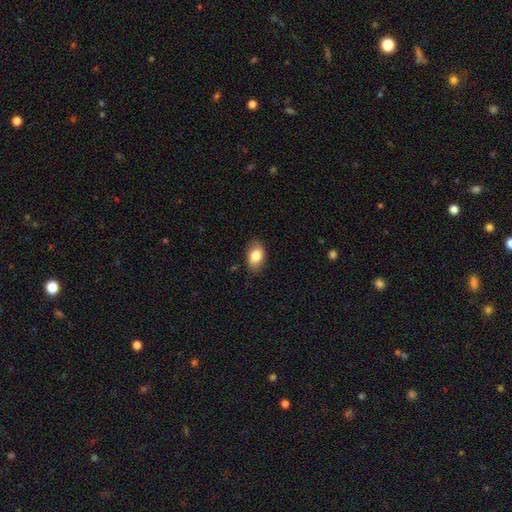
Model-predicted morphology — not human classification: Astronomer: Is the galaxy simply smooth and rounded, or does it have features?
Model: smooth — 81%.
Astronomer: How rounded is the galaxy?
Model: in between — 88%.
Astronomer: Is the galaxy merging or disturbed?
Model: none — 83%.